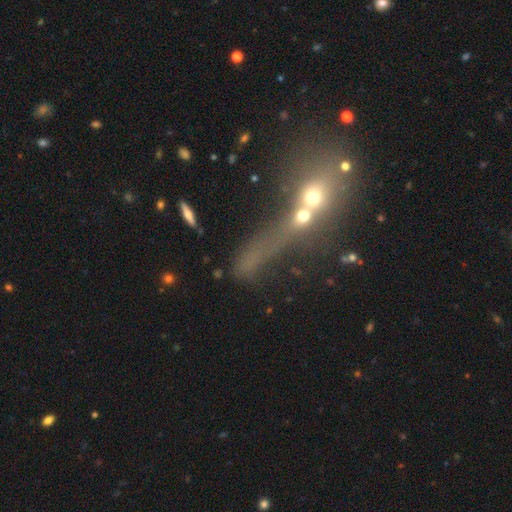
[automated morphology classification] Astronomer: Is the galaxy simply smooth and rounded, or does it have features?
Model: smooth — 40% (runner-up: star or artifact, 31%).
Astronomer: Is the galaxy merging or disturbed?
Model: merger — 57%.